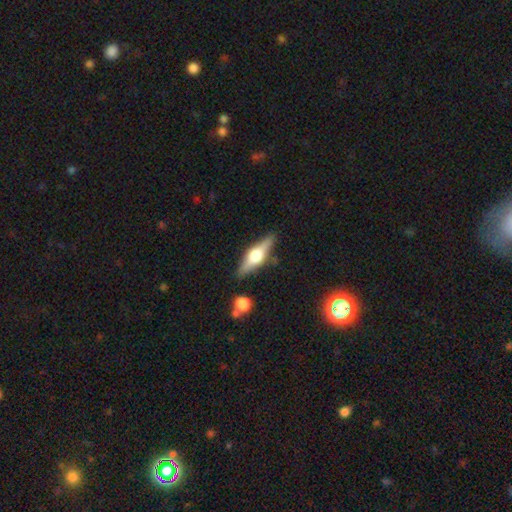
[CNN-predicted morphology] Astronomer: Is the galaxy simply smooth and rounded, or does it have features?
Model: featured or disk — 66%.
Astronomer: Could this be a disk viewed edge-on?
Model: yes — 95%.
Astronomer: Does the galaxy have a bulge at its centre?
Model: rounded — 91%.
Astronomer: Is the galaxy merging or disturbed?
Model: none — 84%.